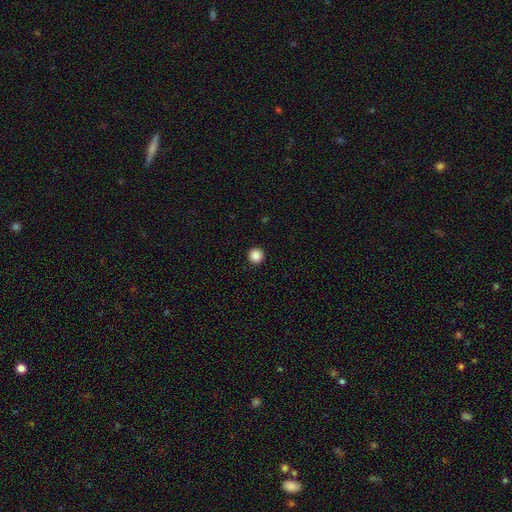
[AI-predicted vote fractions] Morphology: type=smooth (86%); roundness=round (97%); merging=none (94%).